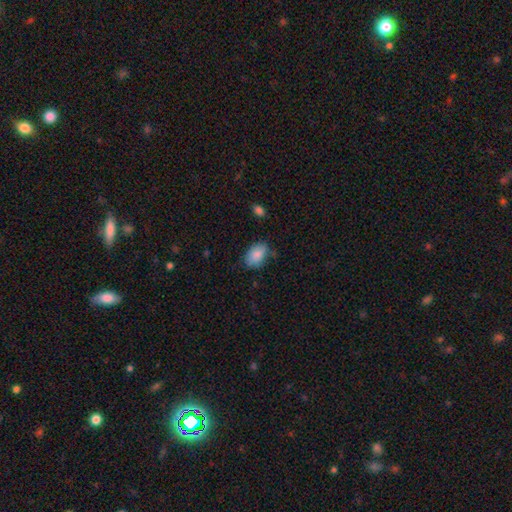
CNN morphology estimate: This appears to be a smooth galaxy with no disk features (85%) that is in between round and cigar-shaped (88%). Merging: none (68%).